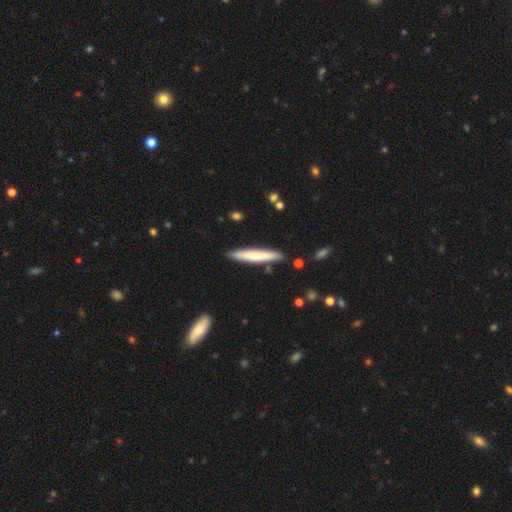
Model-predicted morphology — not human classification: Q: Smooth or featured?
A: smooth (67%); runner-up: featured or disk (28%)
Q: How rounded?
A: cigar-shaped (93%); runner-up: in between (6%)
Q: Merging?
A: none (86%); runner-up: minor disturbance (10%)